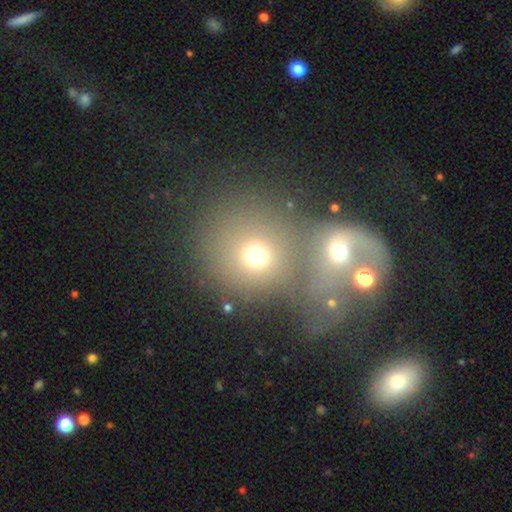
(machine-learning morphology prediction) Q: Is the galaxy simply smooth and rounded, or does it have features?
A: smooth — 70%.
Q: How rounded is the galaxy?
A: round — 82%.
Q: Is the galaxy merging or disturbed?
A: merger — 46%.